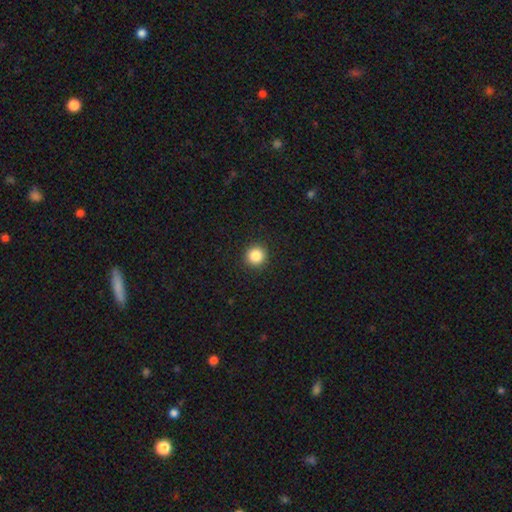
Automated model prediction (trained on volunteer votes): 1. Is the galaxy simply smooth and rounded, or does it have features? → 85% smooth, 11% star or artifact, 4% featured or disk.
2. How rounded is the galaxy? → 94% round, 5% in between, 1% cigar-shaped.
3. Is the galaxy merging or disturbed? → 92% none, 5% minor disturbance, 2% major disturbance, 1% merger.